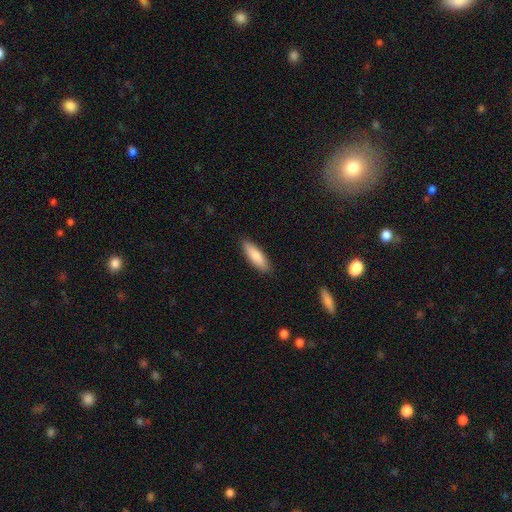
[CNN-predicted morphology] smooth_or_featured: smooth (p=0.82) [alt: featured or disk p=0.12]
how_rounded: cigar-shaped (p=0.49) [tied with: in between p=0.49]
merging: none (p=0.89) [alt: minor disturbance p=0.09]